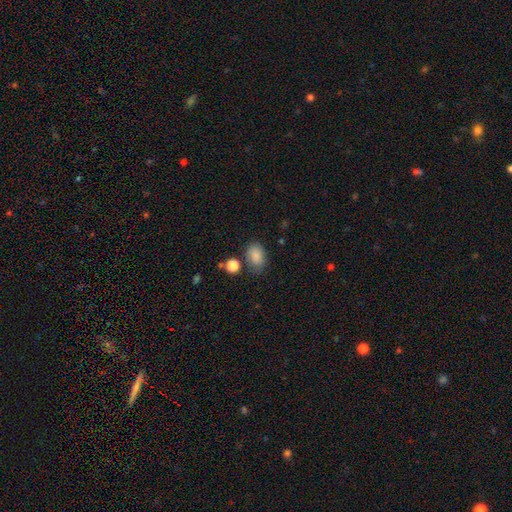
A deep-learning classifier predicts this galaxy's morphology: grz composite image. It shows a smooth galaxy with no disk features (86%) that is in between round and cigar-shaped (81%). Merging: none (70%).